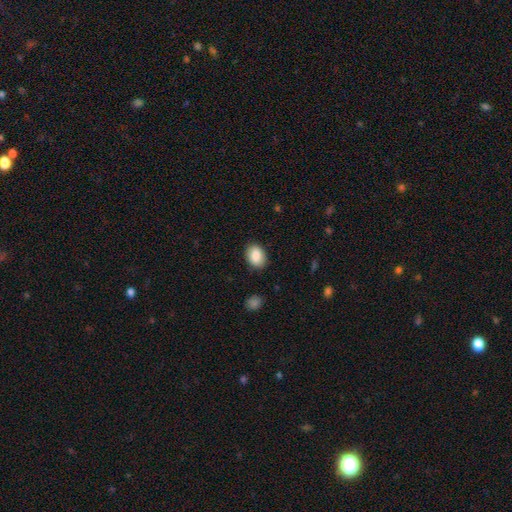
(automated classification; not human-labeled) smooth-or-featured: smooth: 87% | star or artifact: 7% | featured or disk: 6%
  how-rounded: in between: 77% | round: 22% | cigar-shaped: 1%
  merging: none: 86% | minor disturbance: 10% | major disturbance: 3% | merger: 1%